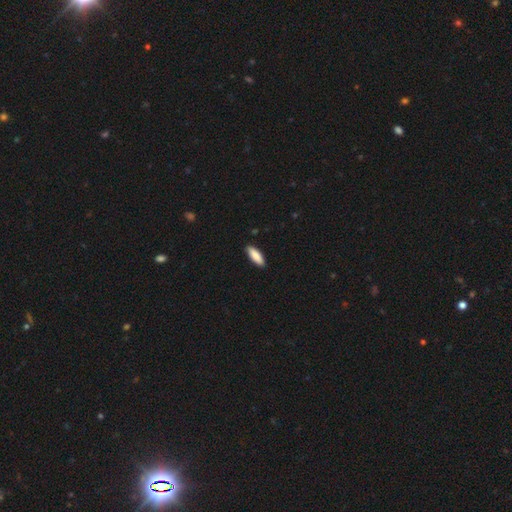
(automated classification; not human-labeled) Overall: smooth (87%). How rounded: in between (59%; cigar-shaped 39%). Merging: none (89%).